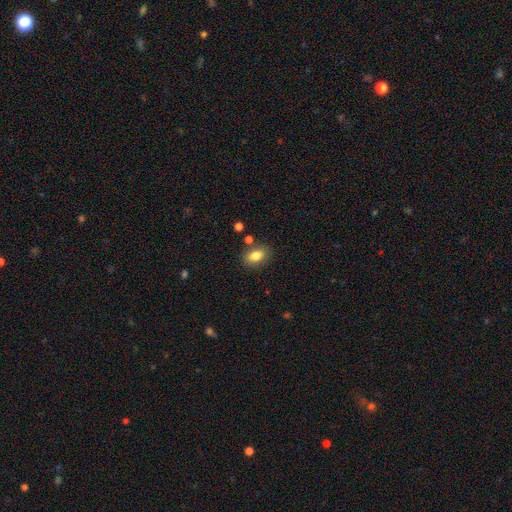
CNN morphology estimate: This appears to be a smooth galaxy with no disk features (83%) that is in between round and cigar-shaped (84%). Merging: none (80%).